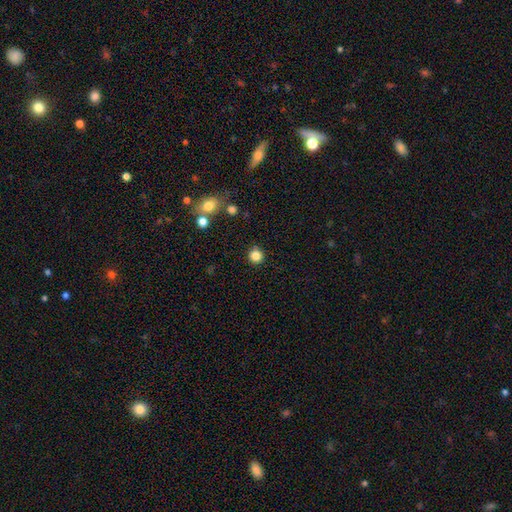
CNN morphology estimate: Smooth or featured? Predicted: smooth (p=0.84). How rounded? Predicted: round (p=0.94). Merging? Predicted: none (p=0.88).